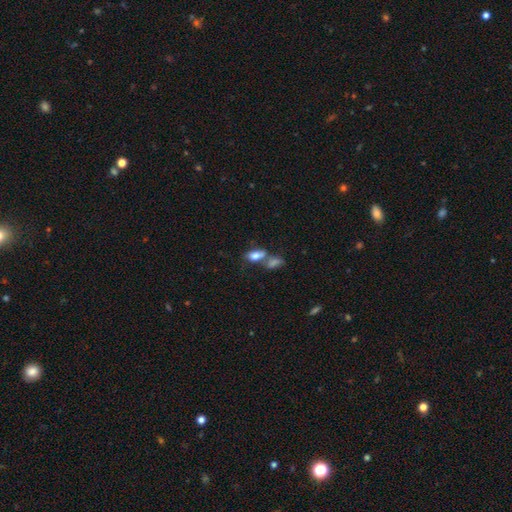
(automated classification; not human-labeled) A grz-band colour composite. It shows a smooth galaxy with no disk features (75%) that is in between round and cigar-shaped (85%). Merging: merger (49%).